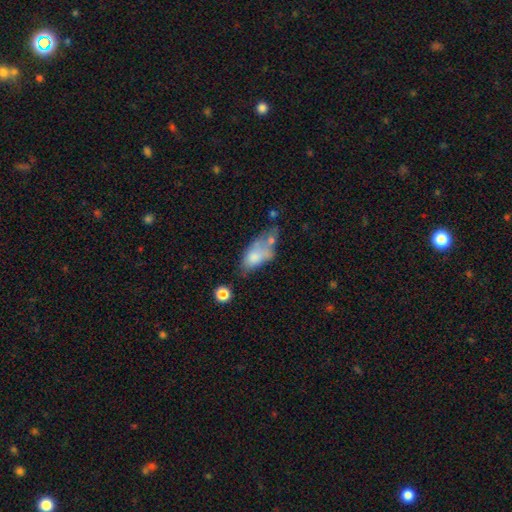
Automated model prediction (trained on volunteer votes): Smooth or featured?
  - smooth: 66% *
  - featured or disk: 24%
  - star or artifact: 10%
How rounded?
  - in between: 87% *
  - cigar-shaped: 7%
  - round: 6%
Merging?
  - merger: 30% *
  - major disturbance: 25%
  - none: 23%
  - minor disturbance: 21%